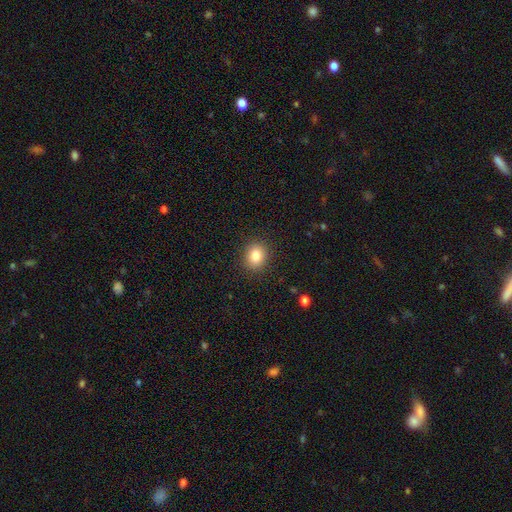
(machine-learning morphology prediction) smooth 82%, star or artifact 10%, featured or disk 7%. Down the decision tree: how rounded — round (68%); merging — none (90%).